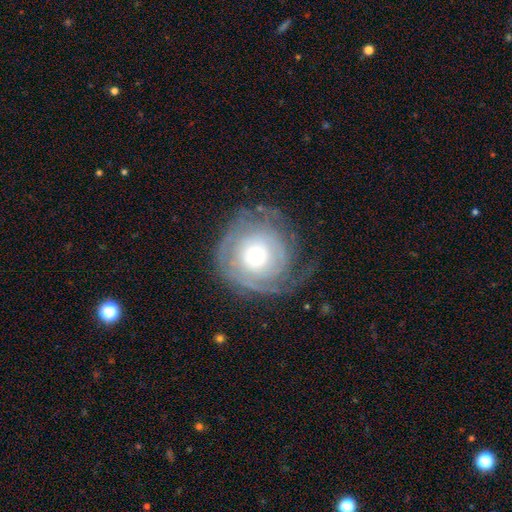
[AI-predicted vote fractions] smooth_or_featured: featured or disk (p=0.71) [alt: smooth p=0.23]
disk_edge_on: no (p=0.96) [alt: yes p=0.04]
bar: no (p=0.84) [alt: weak p=0.12]
has_spiral_arms: yes (p=0.80) [alt: no p=0.20]
spiral_winding: tight (p=0.73) [alt: medium p=0.18]
spiral_arm_count: can't tell (p=0.47) [alt: 2 p=0.21]
bulge_size: small (p=0.43) [alt: moderate p=0.40]
merging: none (p=0.65) [alt: minor disturbance p=0.19]